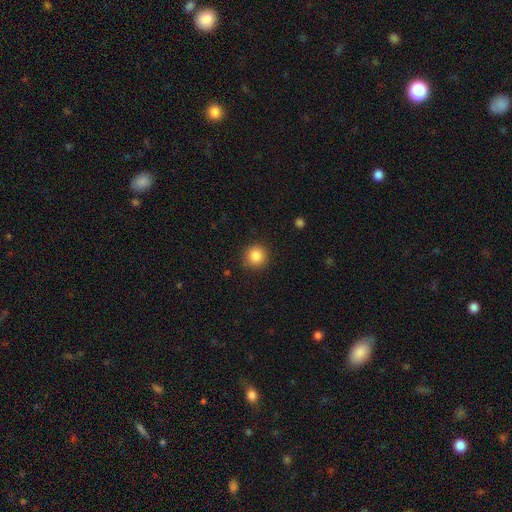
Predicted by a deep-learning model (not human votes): Smooth or featured: smooth — 86% (star or artifact — 10%)
How rounded: round — 94% (in between — 5%)
Merging: none — 90% (minor disturbance — 6%)